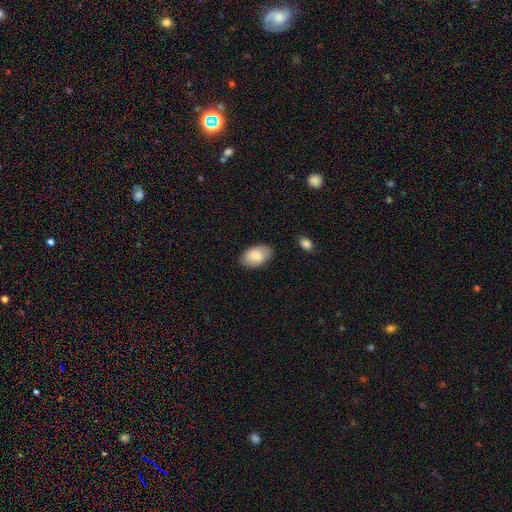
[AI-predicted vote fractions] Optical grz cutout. It shows a smooth galaxy with no disk features (80%) that is in between round and cigar-shaped (92%). Merging: none (83%).